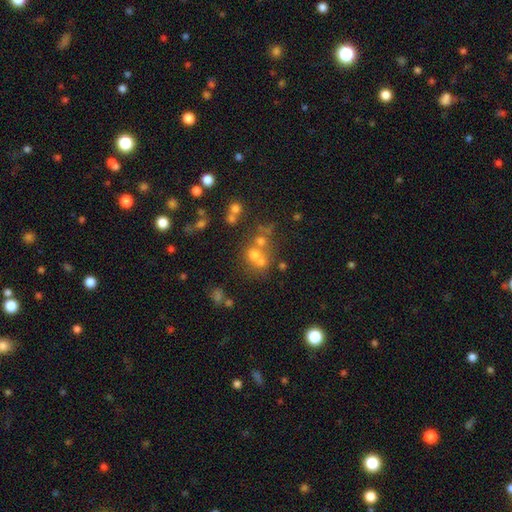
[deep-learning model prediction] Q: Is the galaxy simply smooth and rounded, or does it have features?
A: smooth — 51%.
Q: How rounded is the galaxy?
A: round — 74%.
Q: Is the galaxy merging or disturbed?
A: merger — 49%.